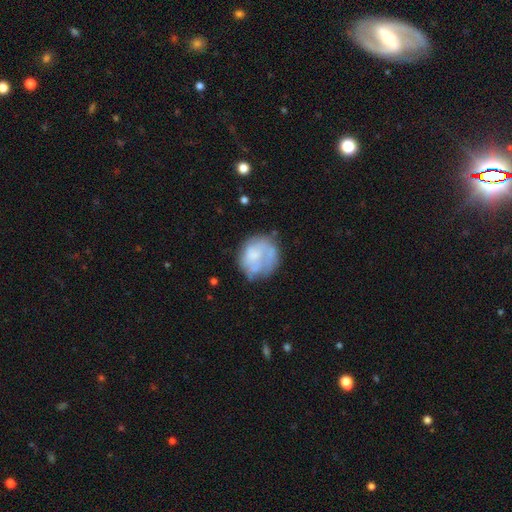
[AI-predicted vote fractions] Smooth or featured? Predicted: smooth (p=0.51). How rounded? Predicted: round (p=0.74). Merging? Predicted: none (p=0.50).